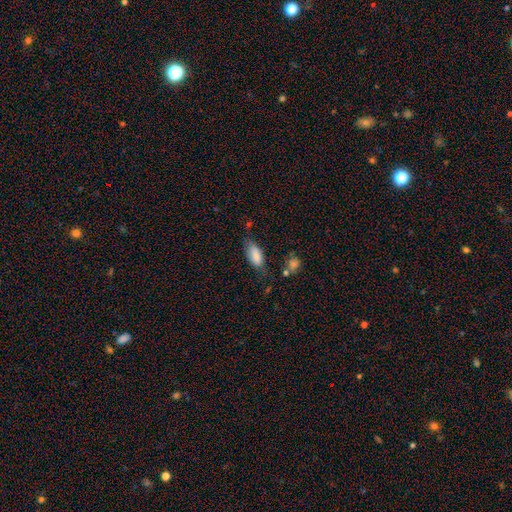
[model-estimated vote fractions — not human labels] Q: Smooth or featured?
A: smooth (82%); runner-up: featured or disk (11%)
Q: How rounded?
A: in between (87%); runner-up: cigar-shaped (11%)
Q: Merging?
A: none (56%); runner-up: minor disturbance (31%)